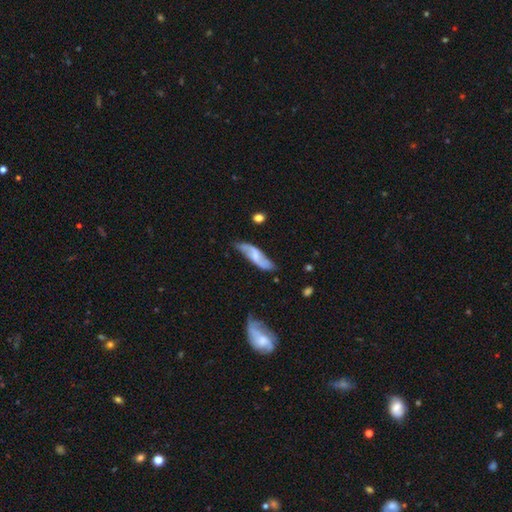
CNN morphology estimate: Smooth or featured: featured or disk — 63% (smooth — 31%)
Edge-on disk: no — 85% (yes — 15%)
Bar: weak — 46% (no — 33%)
Spiral arms: yes — 90% (no — 10%)
Bulge size: small — 45% (moderate — 26%)
Merging: none — 64% (minor disturbance — 25%)